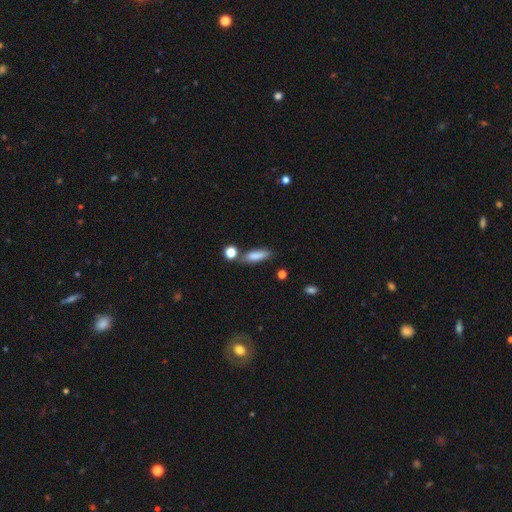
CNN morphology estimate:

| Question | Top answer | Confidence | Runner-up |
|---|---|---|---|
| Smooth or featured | smooth | 82% | featured or disk (10%) |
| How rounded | cigar-shaped | 53% | in between (43%) |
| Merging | none | 66% | minor disturbance (17%) |